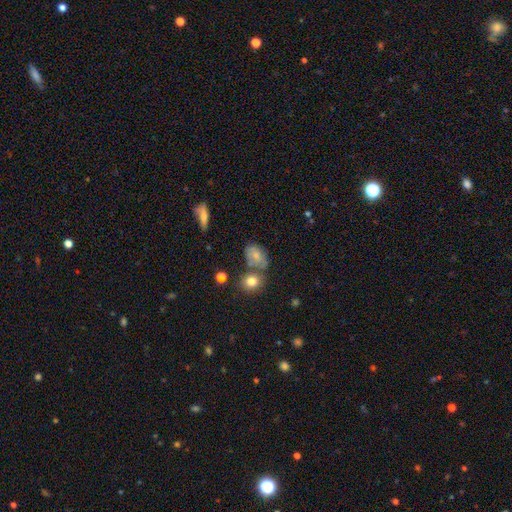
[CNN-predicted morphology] type=smooth (72%); roundness=in between (79%); merging=none (48%).